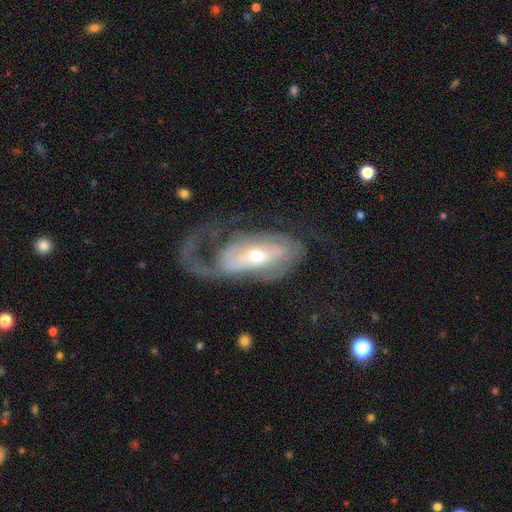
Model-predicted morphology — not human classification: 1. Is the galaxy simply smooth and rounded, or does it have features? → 77% featured or disk, 17% smooth, 6% star or artifact.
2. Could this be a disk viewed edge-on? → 92% no, 8% yes.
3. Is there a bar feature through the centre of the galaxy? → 46% no, 33% weak, 21% strong.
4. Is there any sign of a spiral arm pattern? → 82% yes, 18% no.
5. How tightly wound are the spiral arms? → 36% medium, 32% tight, 32% loose.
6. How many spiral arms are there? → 48% 1, 29% 2, 17% can't tell, 3% 3, 1% 4, 1% more than 4.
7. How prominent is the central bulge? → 49% moderate, 45% small, 4% large, 1% dominant, 1% none.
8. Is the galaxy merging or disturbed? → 52% major disturbance, 30% none, 15% minor disturbance, 3% merger.